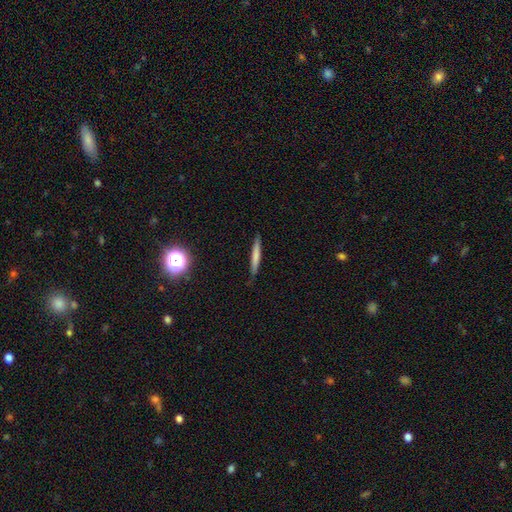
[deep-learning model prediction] Smooth or featured? Predicted: smooth (p=0.67). How rounded? Predicted: cigar-shaped (p=0.95). Merging? Predicted: none (p=0.85).